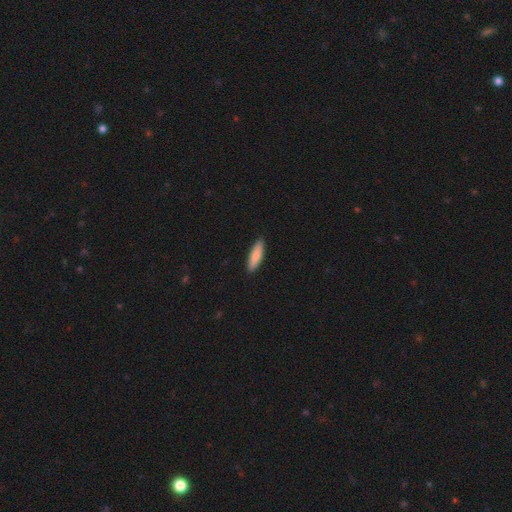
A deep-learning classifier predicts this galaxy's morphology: Q: Smooth or featured?
A: smooth (83%); runner-up: featured or disk (12%)
Q: How rounded?
A: cigar-shaped (65%); runner-up: in between (34%)
Q: Merging?
A: none (89%); runner-up: minor disturbance (8%)